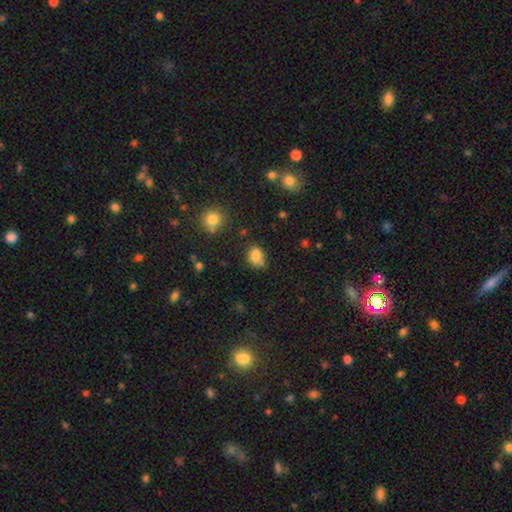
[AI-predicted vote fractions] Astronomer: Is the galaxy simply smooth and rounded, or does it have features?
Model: smooth — 80%.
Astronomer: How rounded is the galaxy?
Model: in between — 65%.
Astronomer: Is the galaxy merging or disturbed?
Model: none — 55%.